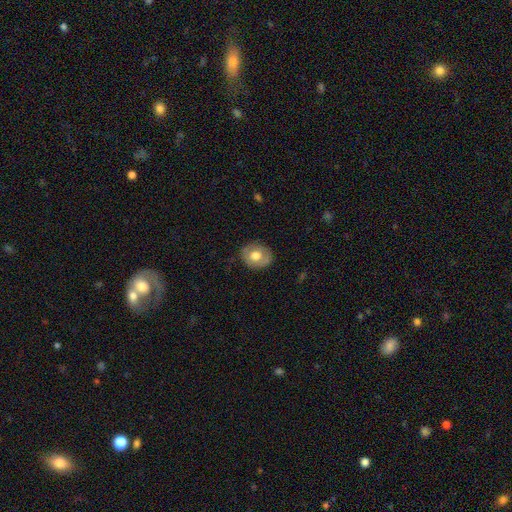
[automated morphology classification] A smooth galaxy with no disk features (63%) that is round (69%). Merging: none (81%).